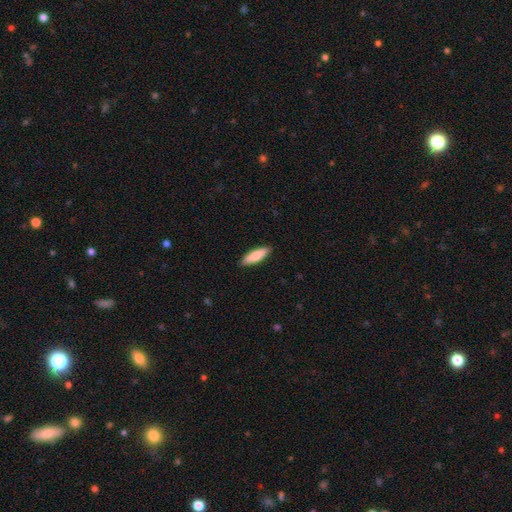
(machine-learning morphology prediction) type=smooth (82%); roundness=cigar-shaped (54%); merging=none (89%).